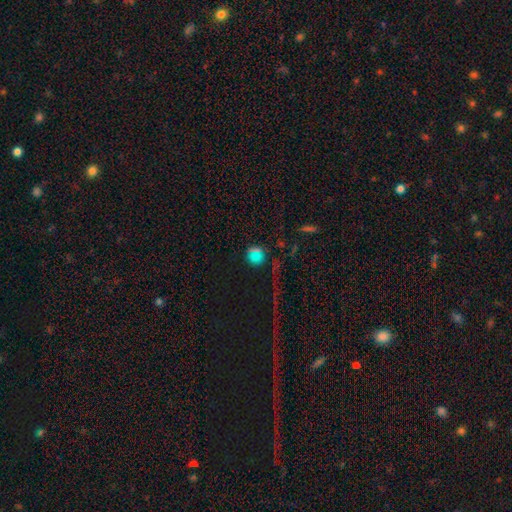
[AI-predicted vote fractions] This is possibly a smooth galaxy (47%). Merging: likely none (71%).